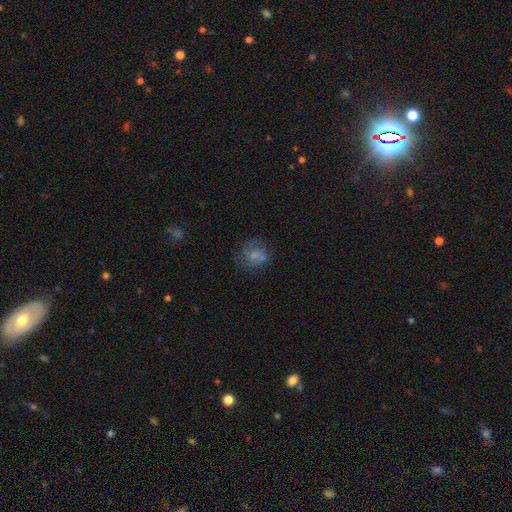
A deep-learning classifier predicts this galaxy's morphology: This is likely a smooth galaxy (61%). How rounded: likely round (76%). Merging: possibly none (58%).